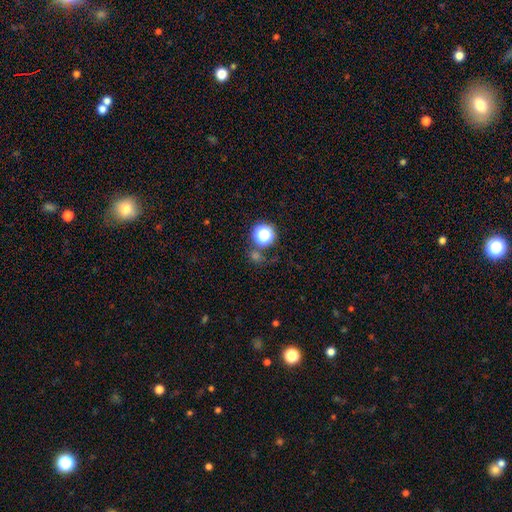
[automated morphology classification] Overall: star or artifact (46%, tied with smooth).